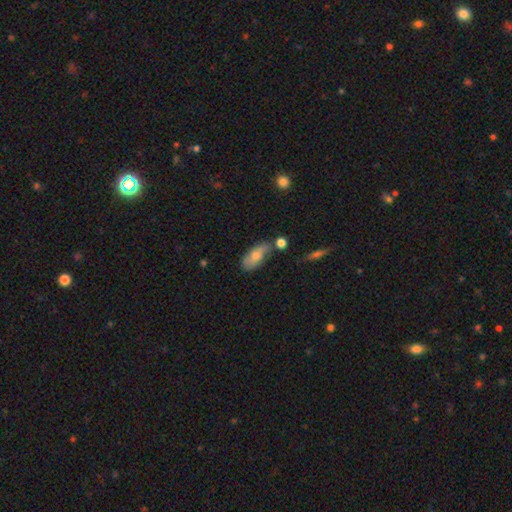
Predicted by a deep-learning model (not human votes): smooth 64%, featured or disk 28%, star or artifact 8%. Down the decision tree: how rounded — in between (88%); merging — none (56%).